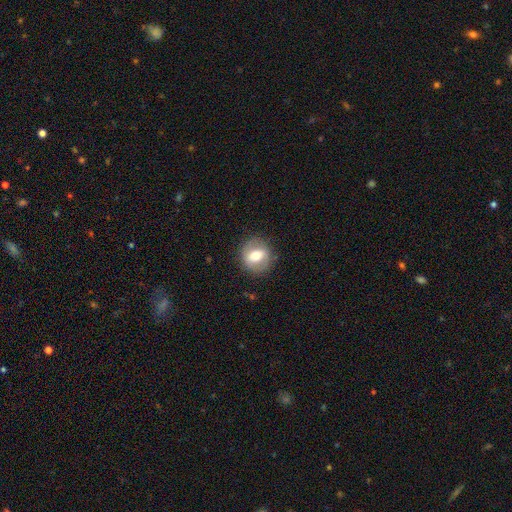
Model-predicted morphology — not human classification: smooth-or-featured: smooth: 49% | featured or disk: 43% | star or artifact: 8%
  merging: none: 84% | minor disturbance: 11% | major disturbance: 4% | merger: 1%